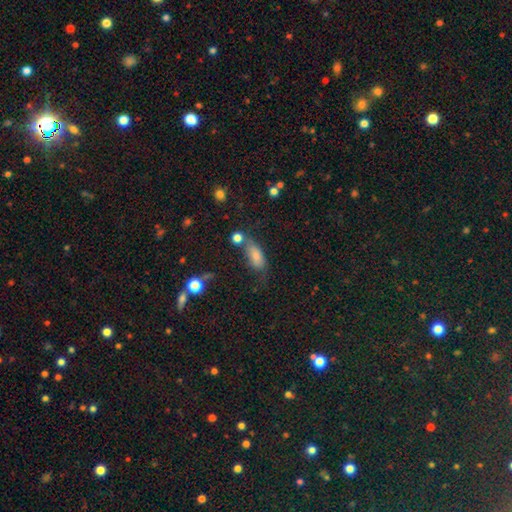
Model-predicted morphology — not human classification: Q: Smooth or featured?
A: smooth (76%); runner-up: featured or disk (14%)
Q: How rounded?
A: in between (82%); runner-up: cigar-shaped (13%)
Q: Merging?
A: none (42%); runner-up: minor disturbance (27%)